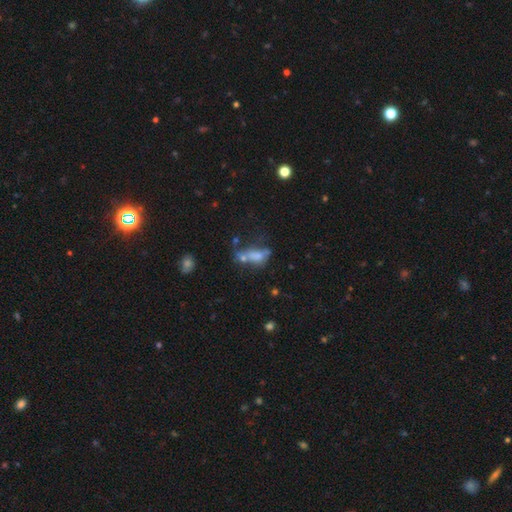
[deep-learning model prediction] Smooth or featured?
  - smooth: 53% *
  - featured or disk: 31%
  - star or artifact: 16%
How rounded?
  - in between: 77% *
  - round: 12%
  - cigar-shaped: 11%
Merging?
  - merger: 42% *
  - none: 22%
  - major disturbance: 21%
  - minor disturbance: 14%